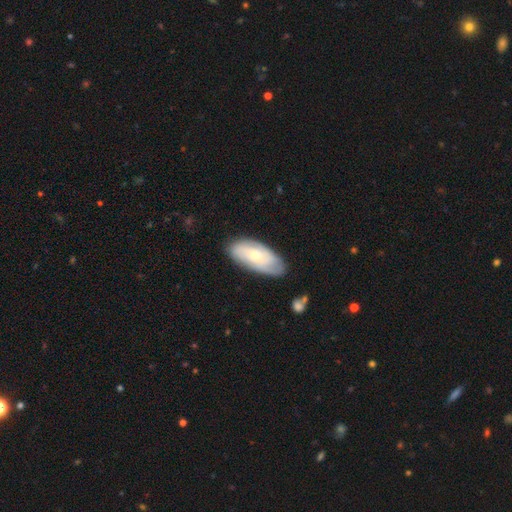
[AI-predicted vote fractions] The model was most divided on "smooth or featured": smooth: 52%, featured or disk: 42%, star or artifact: 6%. More confident: how rounded — in between (86%); merging — none (75%).